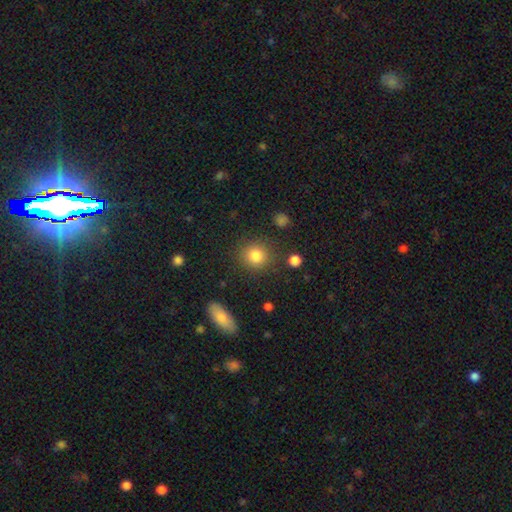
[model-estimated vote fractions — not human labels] A smooth galaxy with no disk features (82%) that is round (87%).

Vote fractions:
- Smooth or featured? smooth: 82% / star or artifact: 11% / featured or disk: 6%
- How rounded? round: 87% / in between: 11% / cigar-shaped: 1%
- Merging? none: 85% / minor disturbance: 8% / major disturbance: 3% / merger: 3%